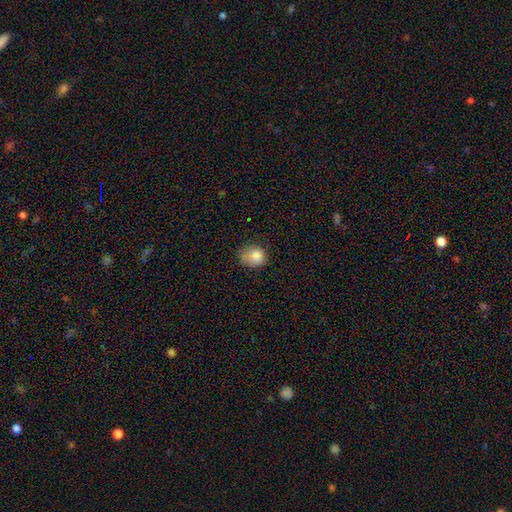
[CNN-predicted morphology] Smooth or featured? smooth (76%)
How rounded? round (54%)
Merging? none (61%)